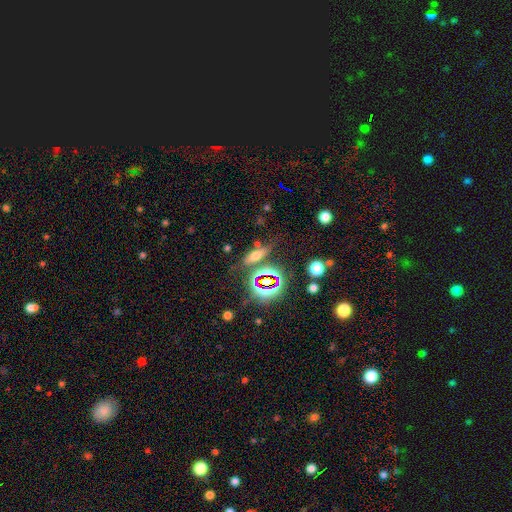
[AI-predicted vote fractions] Q: Smooth or featured?
A: smooth (46%); runner-up: star or artifact (32%)
Q: Merging?
A: none (72%); runner-up: minor disturbance (14%)